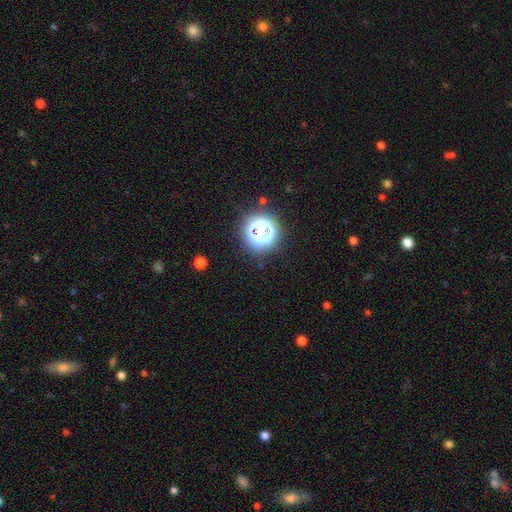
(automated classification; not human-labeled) Smooth or featured?
  - star or artifact: 80% *
  - smooth: 15%
  - featured or disk: 5%